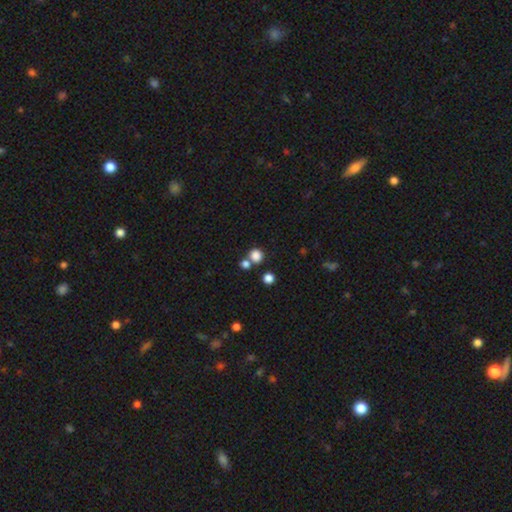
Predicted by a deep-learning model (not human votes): Q: Smooth or featured?
A: smooth (82%); runner-up: star or artifact (13%)
Q: How rounded?
A: round (81%); runner-up: in between (18%)
Q: Merging?
A: none (59%); runner-up: merger (29%)